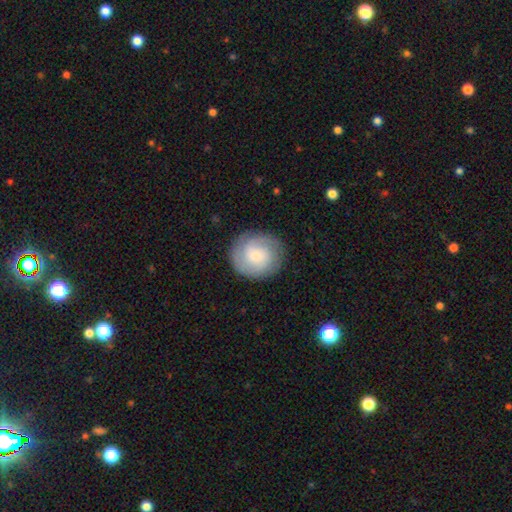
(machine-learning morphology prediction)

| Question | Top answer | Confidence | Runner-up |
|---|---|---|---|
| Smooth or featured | smooth | 52% | featured or disk (41%) |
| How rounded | round | 84% | in between (15%) |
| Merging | none | 83% | minor disturbance (12%) |